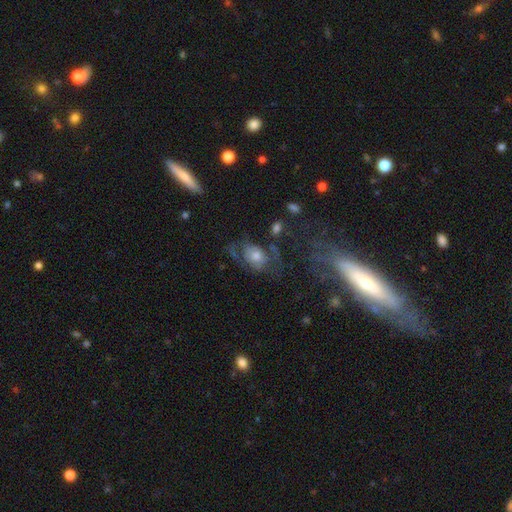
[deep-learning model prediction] smooth_or_featured: featured or disk (p=0.53) [alt: smooth p=0.34]
disk_edge_on: no (p=0.94) [alt: yes p=0.06]
merging: none (p=0.49) [alt: major disturbance p=0.23]